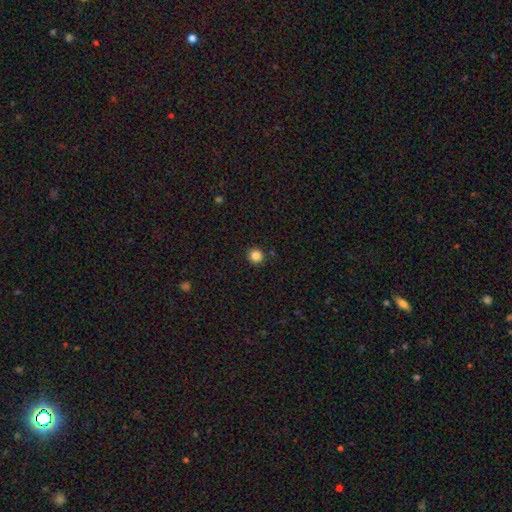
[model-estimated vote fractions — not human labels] A smooth galaxy with no disk features (86%) that is round (91%).

Vote fractions:
- Smooth or featured? smooth: 86% / star or artifact: 11% / featured or disk: 3%
- How rounded? round: 91% / in between: 8% / cigar-shaped: 1%
- Merging? none: 90% / minor disturbance: 6% / major disturbance: 2% / merger: 2%